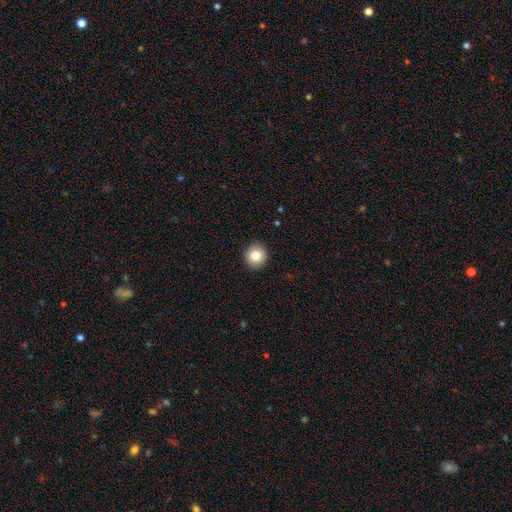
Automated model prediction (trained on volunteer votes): Smooth or featured: smooth — 83% (star or artifact — 9%)
How rounded: round — 90% (in between — 9%)
Merging: none — 92% (minor disturbance — 5%)